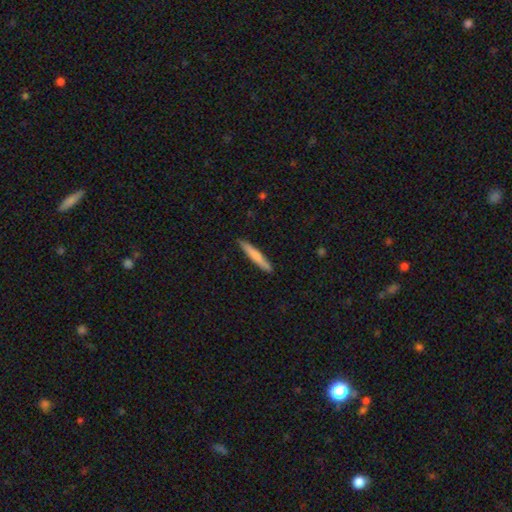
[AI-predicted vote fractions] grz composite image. It shows a smooth galaxy with no disk features (72%) that is cigar-shaped (95%). Merging: none (89%).